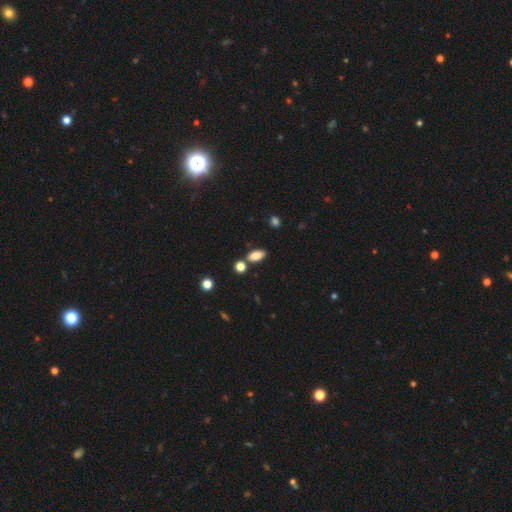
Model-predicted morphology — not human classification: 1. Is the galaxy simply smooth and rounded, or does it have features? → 84% smooth, 9% star or artifact, 7% featured or disk.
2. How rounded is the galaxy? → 89% in between, 6% cigar-shaped, 6% round.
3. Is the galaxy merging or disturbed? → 75% none, 11% minor disturbance, 11% merger, 3% major disturbance.